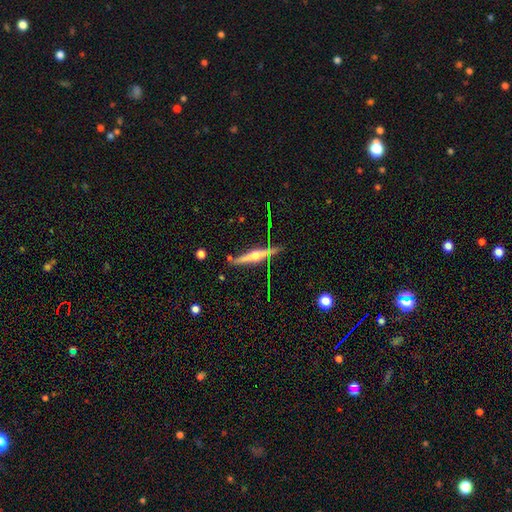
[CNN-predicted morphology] Overall: featured or disk (73%). Edge-on disk: yes (97%). Edge-on bulge: rounded (92%). Merging: none (79%).